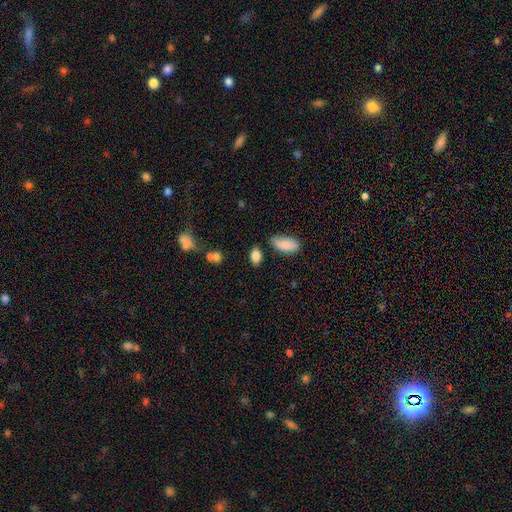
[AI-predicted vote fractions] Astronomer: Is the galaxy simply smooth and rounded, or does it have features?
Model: smooth — 84%.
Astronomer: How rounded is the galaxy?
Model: in between — 90%.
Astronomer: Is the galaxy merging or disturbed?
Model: none — 76%.